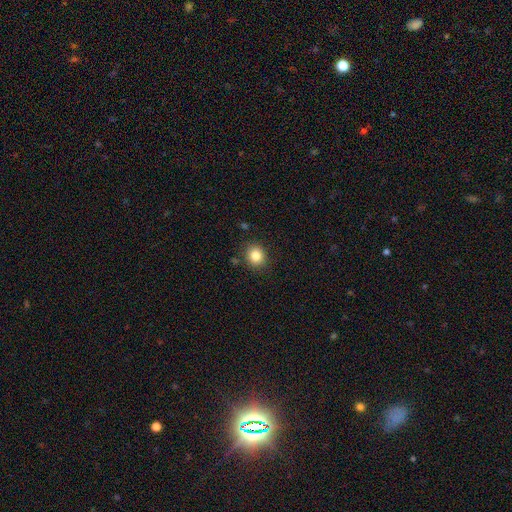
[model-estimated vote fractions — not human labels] This appears to be a smooth galaxy with no disk features (84%) that is round (77%). Merging: none (87%).